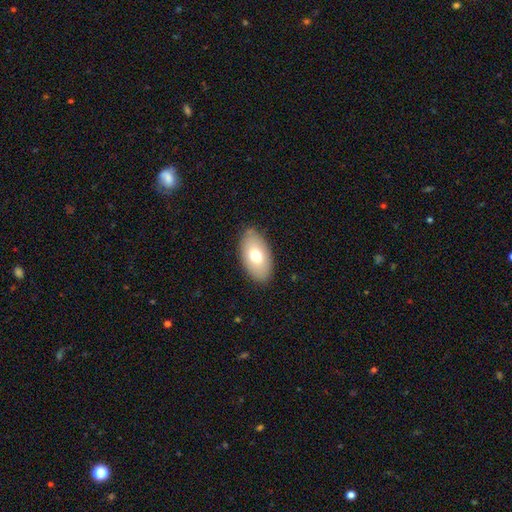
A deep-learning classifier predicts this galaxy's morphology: This is likely a smooth galaxy (71%). How rounded: clearly in between (94%). Merging: clearly none (83%).